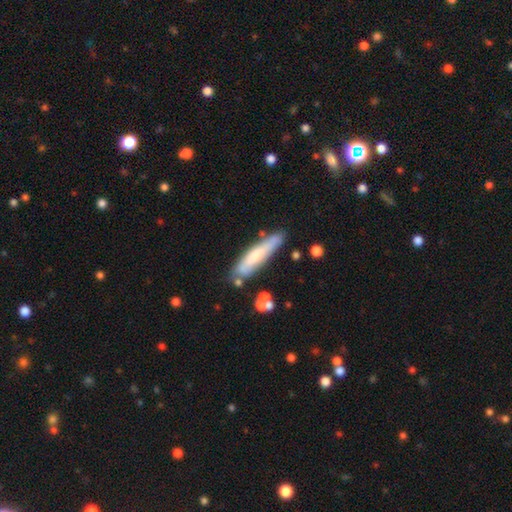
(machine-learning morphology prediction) smooth_or_featured: smooth (p=0.58) [alt: featured or disk p=0.36]
how_rounded: cigar-shaped (p=0.82) [alt: in between p=0.16]
merging: none (p=0.68) [alt: minor disturbance p=0.20]